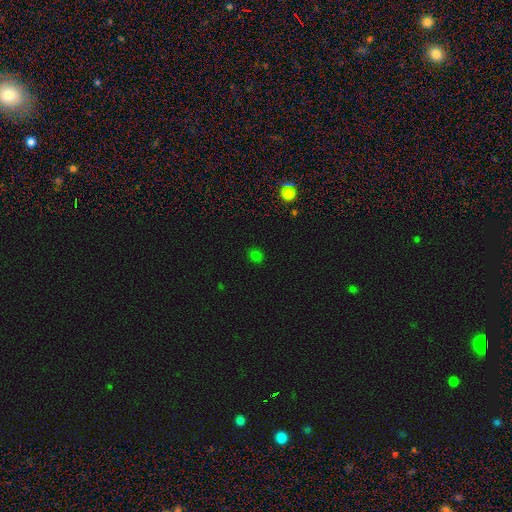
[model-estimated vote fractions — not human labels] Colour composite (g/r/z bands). It shows a smooth galaxy with no disk features (73%) that is round (75%). Merging: none (88%).